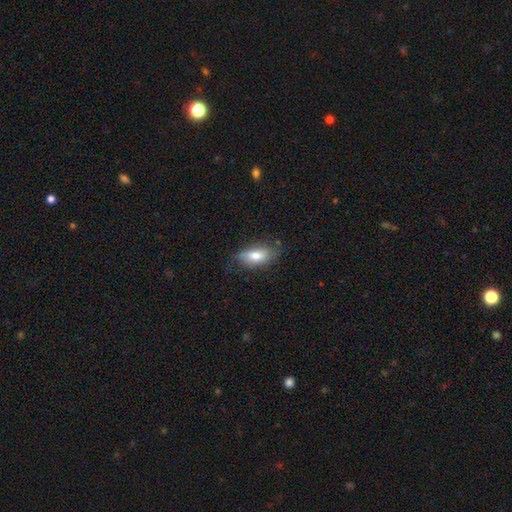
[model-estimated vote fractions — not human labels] A smooth galaxy with no disk features (73%) that is in between round and cigar-shaped (87%). Merging: none (62%).